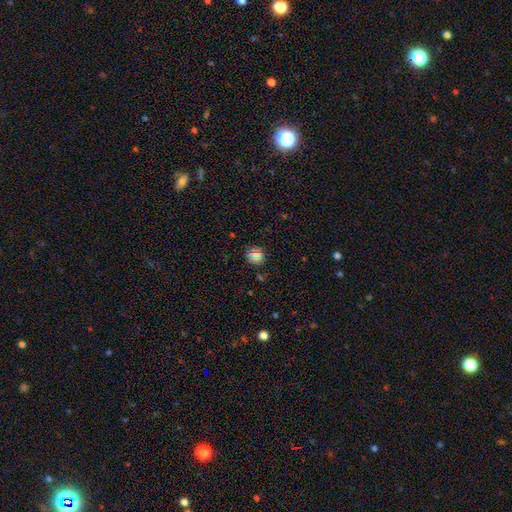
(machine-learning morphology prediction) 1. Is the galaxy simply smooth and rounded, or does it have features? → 66% smooth, 26% star or artifact, 8% featured or disk.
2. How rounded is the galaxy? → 83% round, 16% in between, 2% cigar-shaped.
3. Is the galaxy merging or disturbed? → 85% none, 10% minor disturbance, 3% major disturbance, 2% merger.